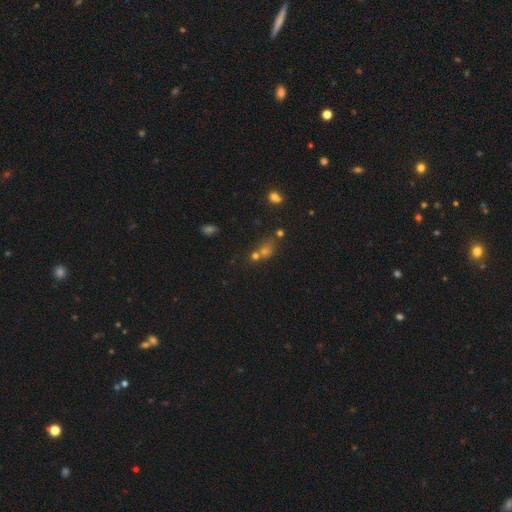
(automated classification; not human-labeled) Smooth or featured? smooth (45%)
Merging? none (49%)